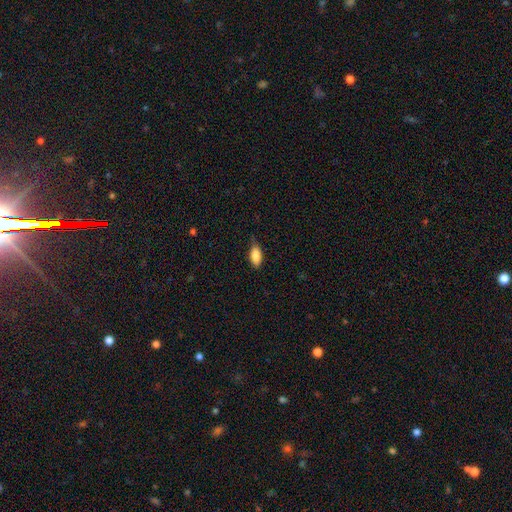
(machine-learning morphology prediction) Q: Smooth or featured?
A: smooth (86%); runner-up: star or artifact (7%)
Q: How rounded?
A: in between (88%); runner-up: cigar-shaped (9%)
Q: Merging?
A: none (72%); runner-up: minor disturbance (23%)